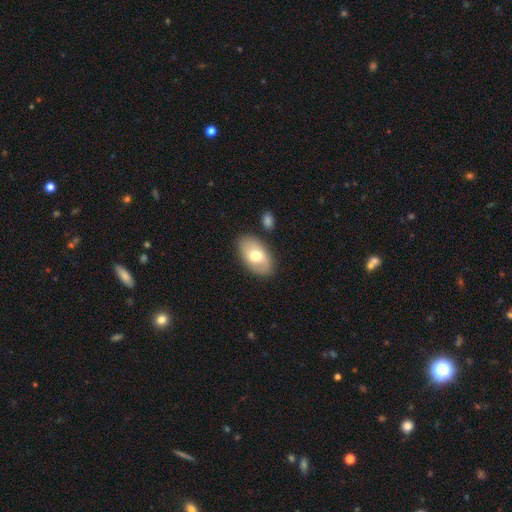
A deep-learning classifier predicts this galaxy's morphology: This appears to be a smooth galaxy with no disk features (64%) that is in between round and cigar-shaped (92%). Merging: none (82%).